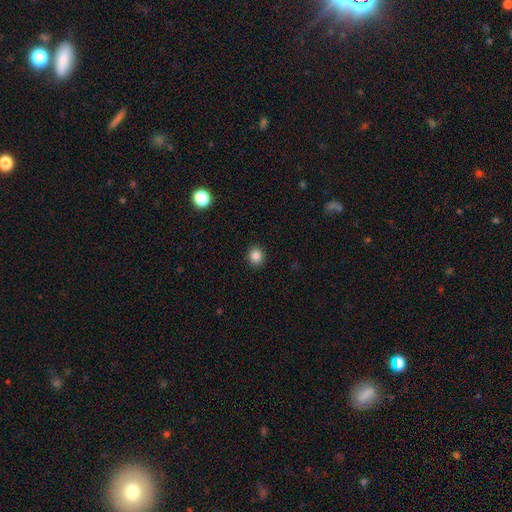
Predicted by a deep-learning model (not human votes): A smooth galaxy with no disk features (85%) that is round (84%). Merging: none (92%).